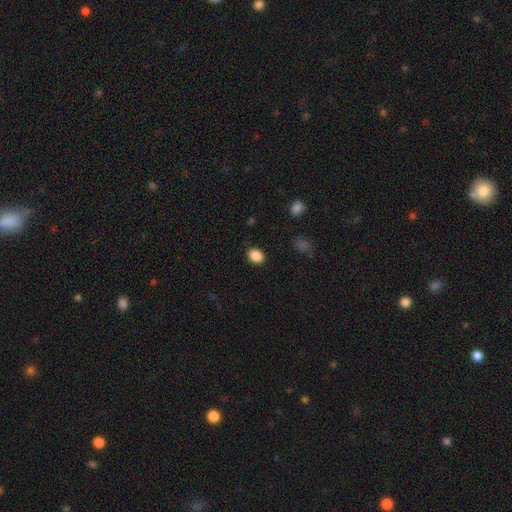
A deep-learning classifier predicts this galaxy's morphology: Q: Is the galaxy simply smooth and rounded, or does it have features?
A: smooth — 88%.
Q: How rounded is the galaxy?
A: in between — 63%.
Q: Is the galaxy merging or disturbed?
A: none — 85%.